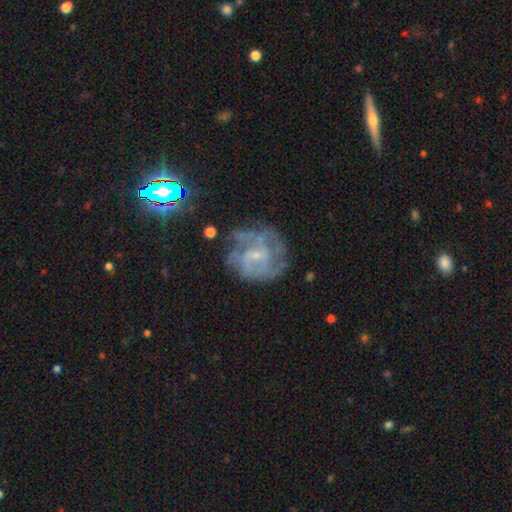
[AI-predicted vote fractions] A featured or disk galaxy (75%) with no bar (53%), tight (44%) spiral arms (77%) and a small central bulge (69%). Merging: none (57%).